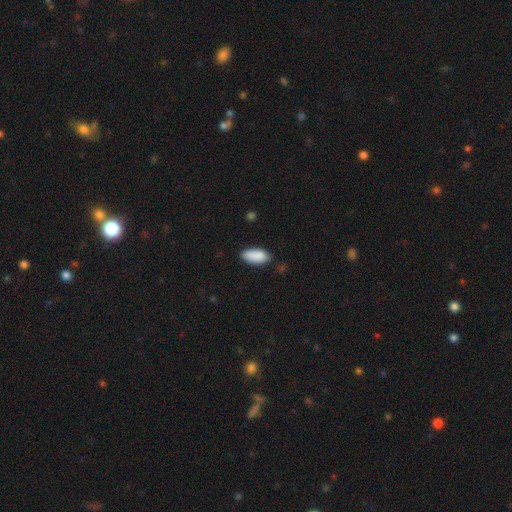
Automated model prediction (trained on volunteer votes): Smooth or featured?
  - smooth: 90% *
  - star or artifact: 6%
  - featured or disk: 4%
How rounded?
  - in between: 90% *
  - cigar-shaped: 8%
  - round: 2%
Merging?
  - none: 82% *
  - minor disturbance: 14%
  - major disturbance: 3%
  - merger: 2%